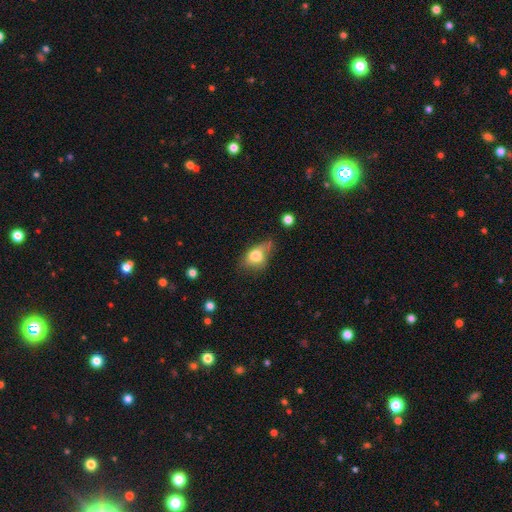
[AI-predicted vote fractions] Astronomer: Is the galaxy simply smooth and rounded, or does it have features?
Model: smooth — 74%.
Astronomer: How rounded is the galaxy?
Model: in between — 73%.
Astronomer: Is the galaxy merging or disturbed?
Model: none — 37% (runner-up: minor disturbance, 36%).